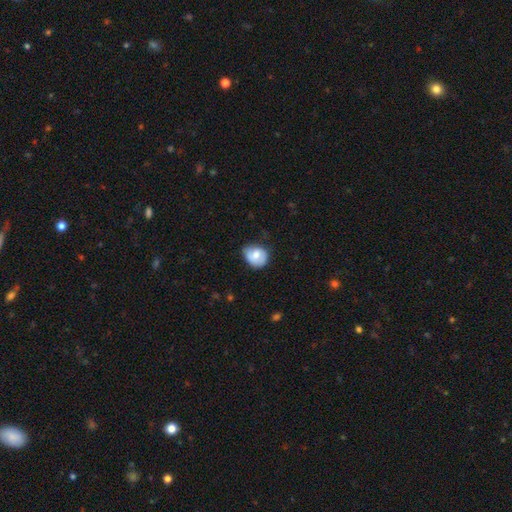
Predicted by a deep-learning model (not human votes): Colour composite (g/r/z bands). It shows a smooth galaxy with no disk features (66%) that is round (64%). Merging: none (58%).